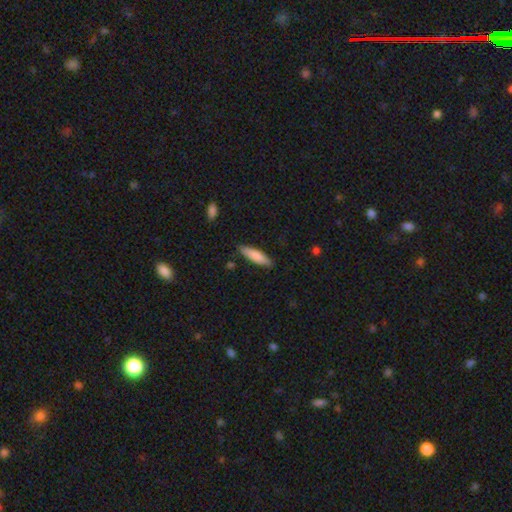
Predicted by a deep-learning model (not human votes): The model was most divided on "how rounded": cigar-shaped: 70%, in between: 28%, round: 1%. More confident: merging — none (86%); smooth or featured — smooth (80%).